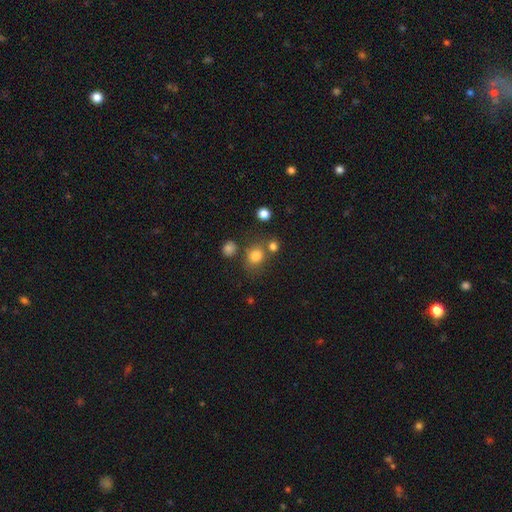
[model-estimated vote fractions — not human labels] smooth 78%, star or artifact 15%, featured or disk 8%. Down the decision tree: how rounded — round (74%); merging — none (65%).